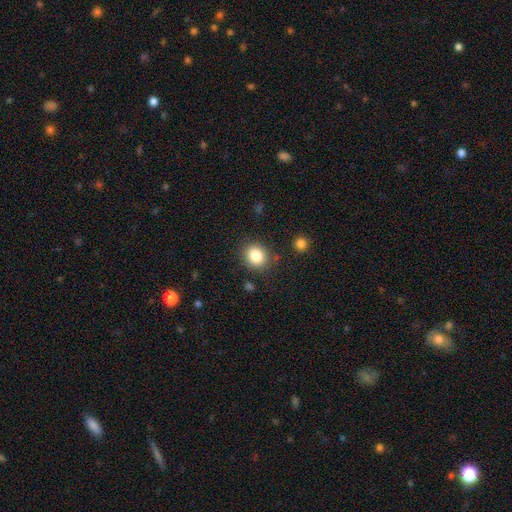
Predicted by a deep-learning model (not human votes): Smooth or featured? smooth (84%)
How rounded? round (75%)
Merging? none (84%)